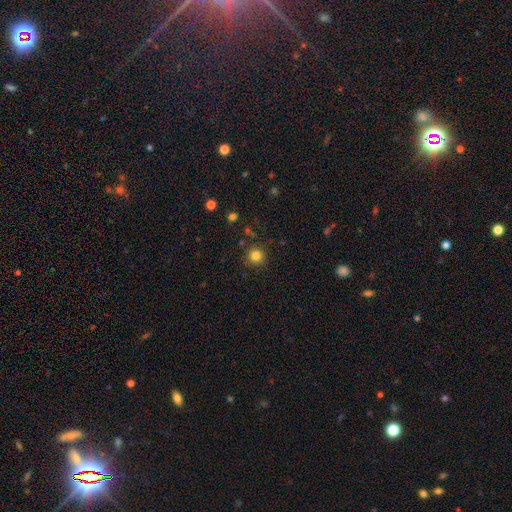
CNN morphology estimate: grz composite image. It shows a smooth galaxy with no disk features (82%) that is round (94%). Merging: none (86%).